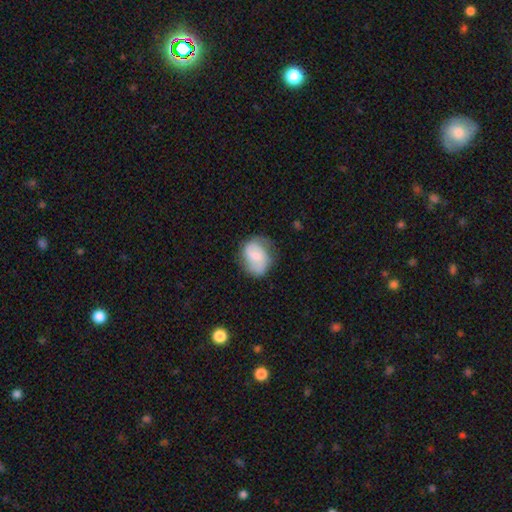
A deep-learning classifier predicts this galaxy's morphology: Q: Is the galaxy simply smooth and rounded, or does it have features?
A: smooth — 50%.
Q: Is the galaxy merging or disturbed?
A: none — 55%.